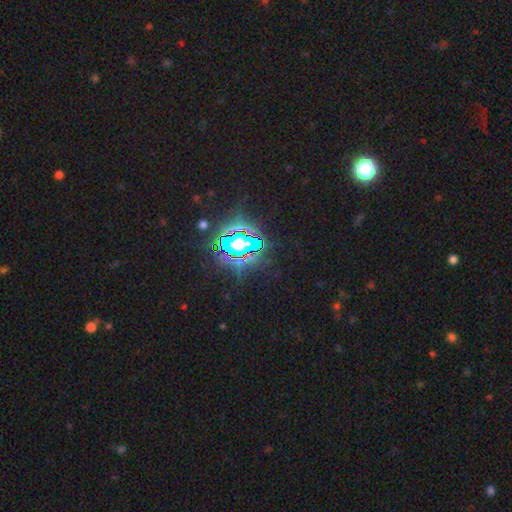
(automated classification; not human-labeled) The model was most divided on "smooth or featured": star or artifact: 72%, smooth: 15%, featured or disk: 13%.